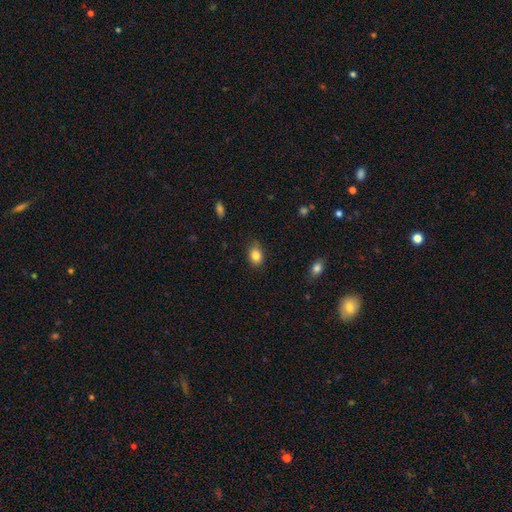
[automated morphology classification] smooth_or_featured: smooth (p=0.83) [alt: star or artifact p=0.10]
how_rounded: in between (p=0.67) [alt: round p=0.32]
merging: none (p=0.79) [alt: minor disturbance p=0.17]